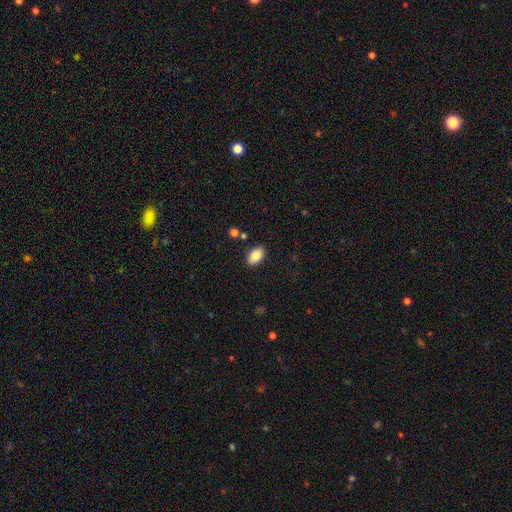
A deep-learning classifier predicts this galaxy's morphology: This is clearly a smooth galaxy (83%). How rounded: clearly in between (93%). Merging: clearly none (87%).